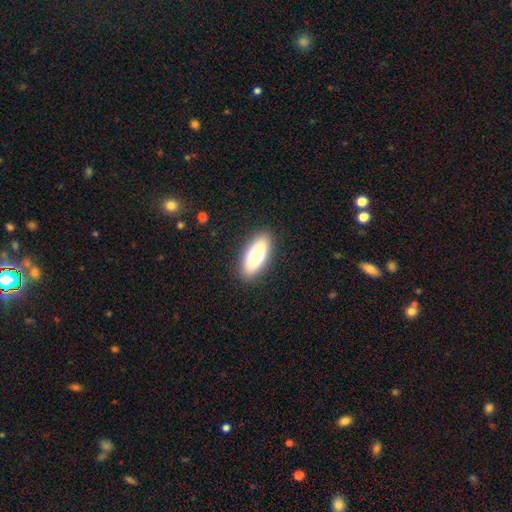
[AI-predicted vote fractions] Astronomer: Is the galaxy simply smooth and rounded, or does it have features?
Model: smooth — 77%.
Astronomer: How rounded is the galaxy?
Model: in between — 75%.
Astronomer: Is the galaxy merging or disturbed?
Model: none — 88%.